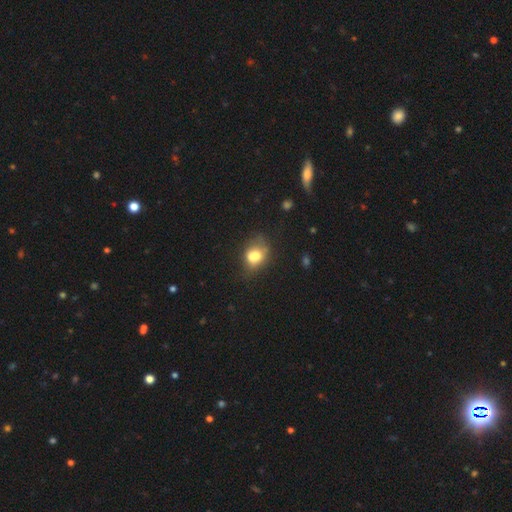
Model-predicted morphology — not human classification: Q: Smooth or featured?
A: smooth (70%); runner-up: featured or disk (19%)
Q: How rounded?
A: in between (56%); runner-up: round (43%)
Q: Merging?
A: none (36%); runner-up: merger (31%)